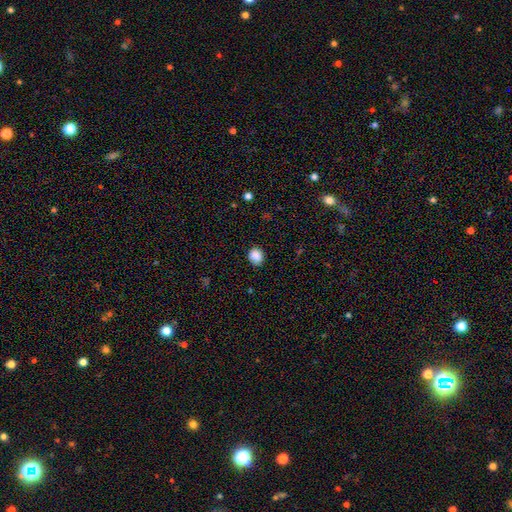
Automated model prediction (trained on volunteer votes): smooth_or_featured: smooth (p=0.87) [alt: star or artifact p=0.09]
how_rounded: round (p=0.66) [alt: in between p=0.33]
merging: none (p=0.83) [alt: minor disturbance p=0.13]